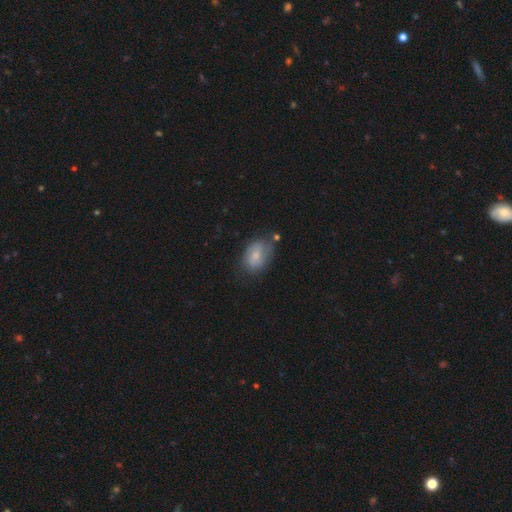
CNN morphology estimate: Smooth or featured: smooth — 51% (featured or disk — 41%)
How rounded: in between — 81% (round — 17%)
Merging: none — 57% (minor disturbance — 28%)